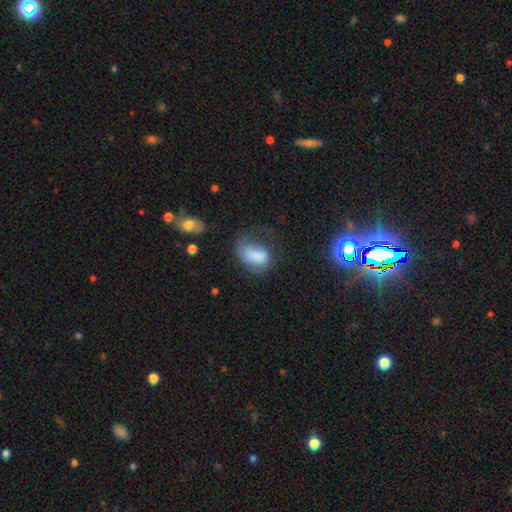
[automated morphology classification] smooth_or_featured: smooth (p=0.69) [alt: featured or disk p=0.21]
how_rounded: in between (p=0.84) [alt: round p=0.14]
merging: major disturbance (p=0.38) [alt: none p=0.31]